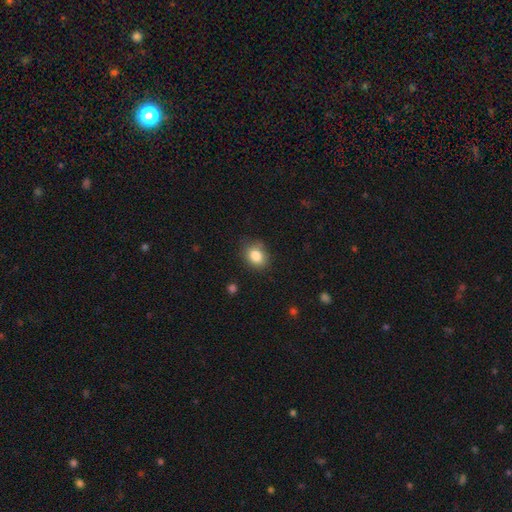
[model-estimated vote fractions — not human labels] smooth_or_featured: smooth (p=0.84) [alt: star or artifact p=0.09]
how_rounded: in between (p=0.54) [alt: round p=0.45]
merging: none (p=0.76) [alt: minor disturbance p=0.18]